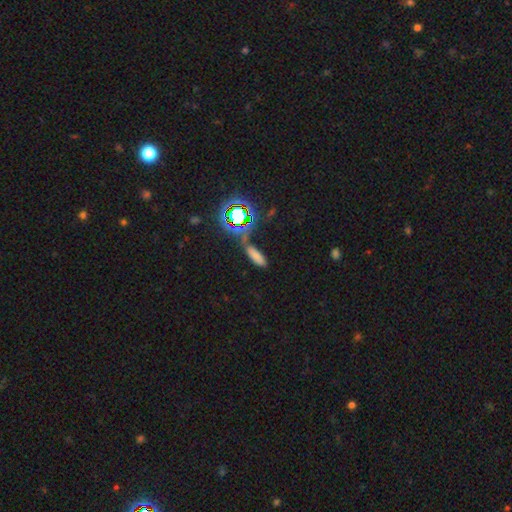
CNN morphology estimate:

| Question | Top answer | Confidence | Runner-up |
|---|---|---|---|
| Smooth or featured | smooth | 64% | star or artifact (27%) |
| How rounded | in between | 56% | cigar-shaped (39%) |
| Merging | none | 58% | minor disturbance (17%) |